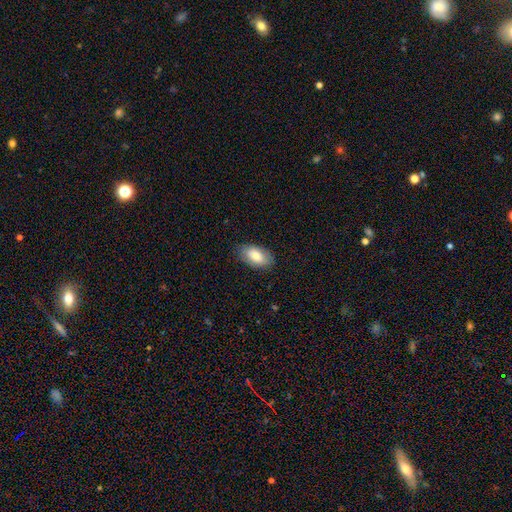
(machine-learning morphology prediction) smooth 79%, featured or disk 15%, star or artifact 6%. Down the decision tree: how rounded — in between (94%); merging — none (83%).